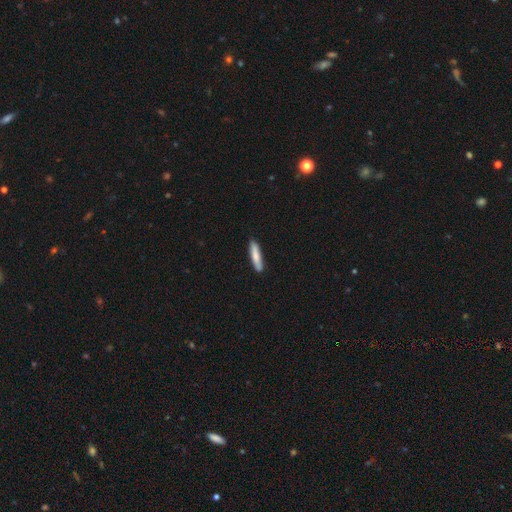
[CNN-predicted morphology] Q: Smooth or featured?
A: smooth (79%); runner-up: featured or disk (16%)
Q: How rounded?
A: cigar-shaped (84%); runner-up: in between (14%)
Q: Merging?
A: none (87%); runner-up: minor disturbance (10%)